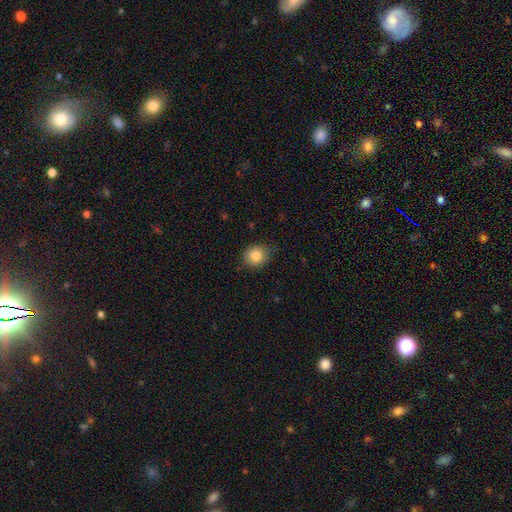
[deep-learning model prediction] This is clearly a smooth galaxy (83%). How rounded: clearly round (80%). Merging: likely none (77%).